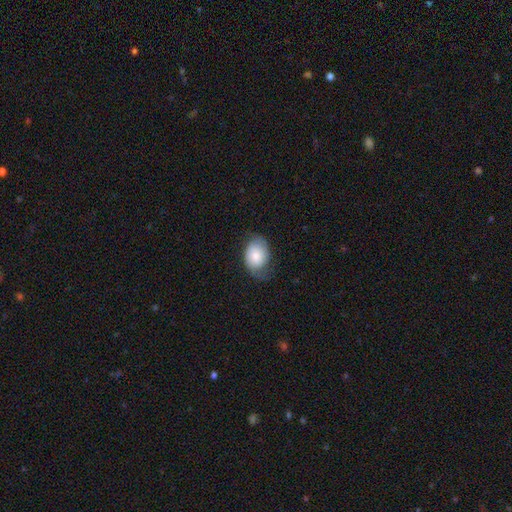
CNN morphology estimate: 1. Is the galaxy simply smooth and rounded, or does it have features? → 64% smooth, 29% featured or disk, 7% star or artifact.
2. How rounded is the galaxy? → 67% in between, 32% round, 1% cigar-shaped.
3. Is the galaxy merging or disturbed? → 50% none, 32% minor disturbance, 17% major disturbance, 1% merger.